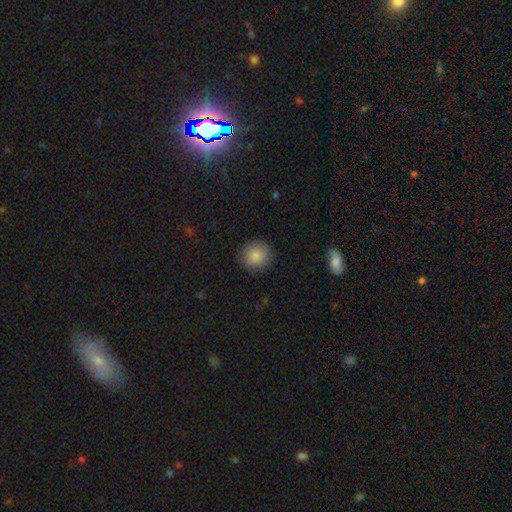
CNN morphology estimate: Smooth or featured?
  - smooth: 87% *
  - star or artifact: 8%
  - featured or disk: 5%
How rounded?
  - round: 93% *
  - in between: 6%
  - cigar-shaped: 1%
Merging?
  - none: 89% *
  - minor disturbance: 8%
  - major disturbance: 2%
  - merger: 1%